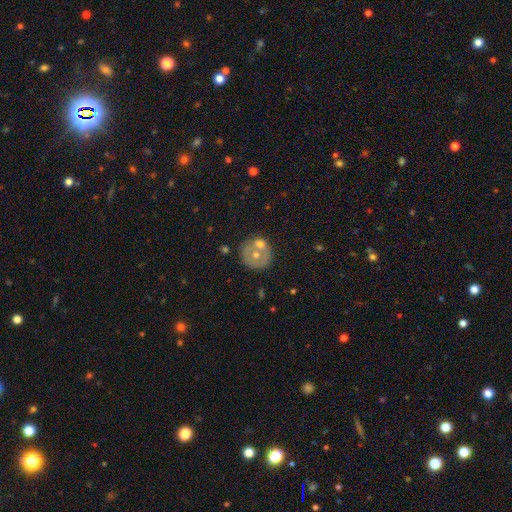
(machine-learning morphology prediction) The model was most divided on "smooth or featured": smooth: 49%, featured or disk: 42%, star or artifact: 9%. More confident: merging — none (65%).